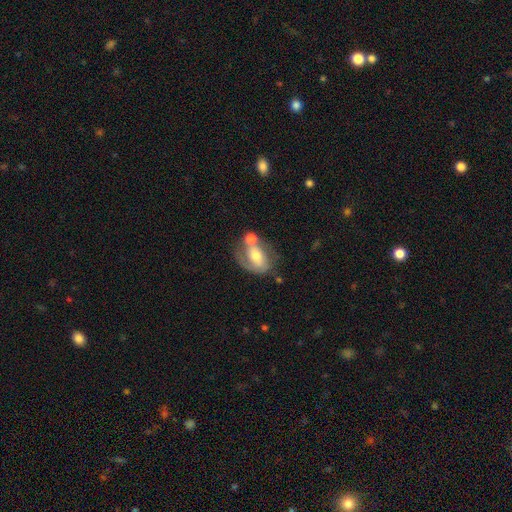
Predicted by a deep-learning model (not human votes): smooth_or_featured: featured or disk (p=0.58) [alt: smooth p=0.34]
disk_edge_on: no (p=0.95) [alt: yes p=0.05]
bar: no (p=0.47) [alt: weak p=0.36]
has_spiral_arms: yes (p=0.71) [alt: no p=0.29]
bulge_size: moderate (p=0.61) [alt: small p=0.25]
merging: none (p=0.39) [alt: merger p=0.29]